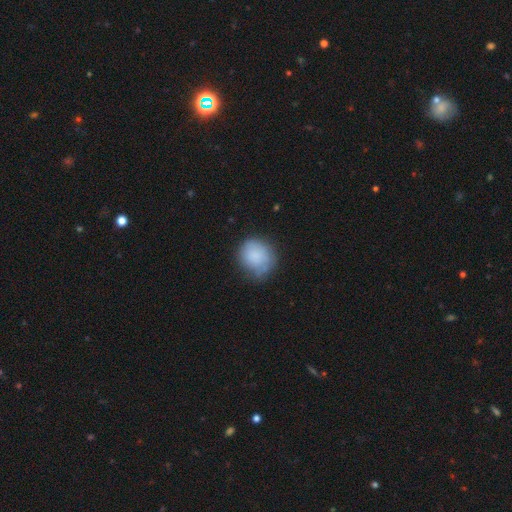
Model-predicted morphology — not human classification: This is likely a smooth galaxy (77%). How rounded: likely round (77%). Merging: possibly none (53%).